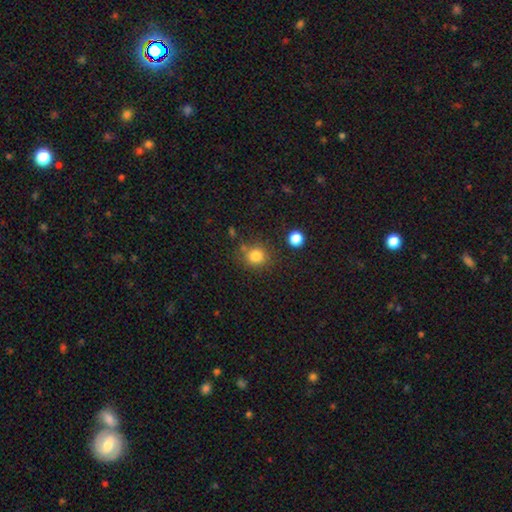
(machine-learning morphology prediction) Q: Smooth or featured?
A: smooth (81%); runner-up: star or artifact (13%)
Q: How rounded?
A: round (84%); runner-up: in between (15%)
Q: Merging?
A: none (74%); runner-up: minor disturbance (14%)